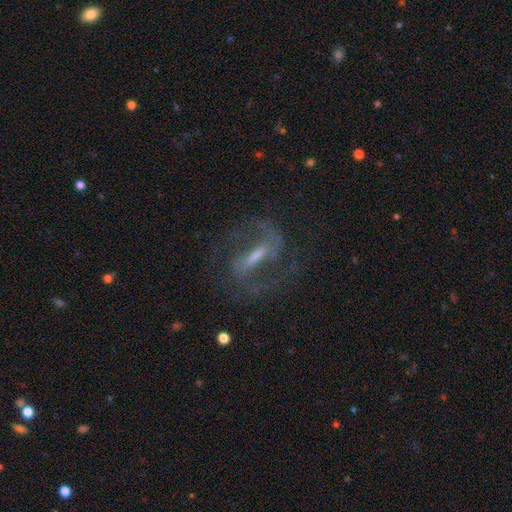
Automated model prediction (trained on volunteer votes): Smooth or featured? Predicted: featured or disk (p=0.86). Edge-on disk? Predicted: no (p=0.93). Bar? Predicted: strong (p=0.58). Spiral arms? Predicted: yes (p=0.95). Spiral winding? Predicted: medium (p=0.59). Spiral arm count? Predicted: 2 (p=0.91). Bulge size? Predicted: small (p=0.40). Merging? Predicted: none (p=0.72).